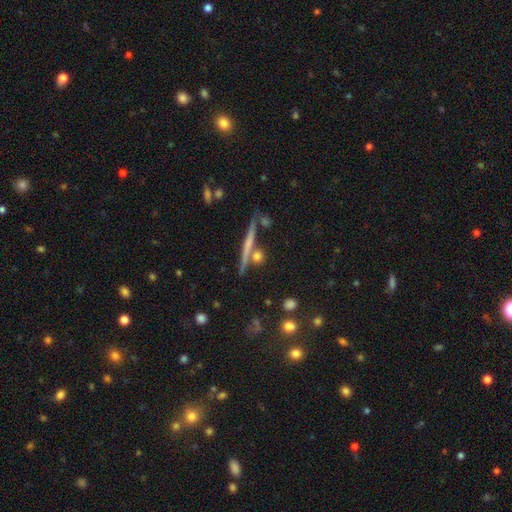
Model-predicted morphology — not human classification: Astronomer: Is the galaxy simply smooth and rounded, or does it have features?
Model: featured or disk — 52% (runner-up: smooth, 37%).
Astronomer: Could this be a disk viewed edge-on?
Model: yes — 95%.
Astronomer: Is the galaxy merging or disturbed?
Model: none — 79%.